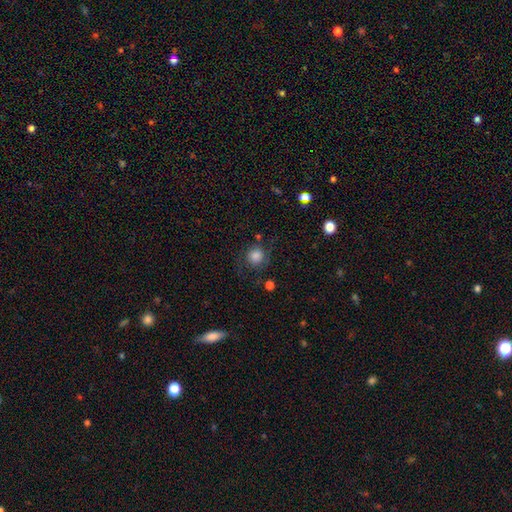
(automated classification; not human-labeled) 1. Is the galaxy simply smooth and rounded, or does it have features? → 76% smooth, 13% featured or disk, 10% star or artifact.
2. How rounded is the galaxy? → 90% round, 9% in between, 1% cigar-shaped.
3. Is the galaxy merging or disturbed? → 68% none, 17% minor disturbance, 11% major disturbance, 3% merger.